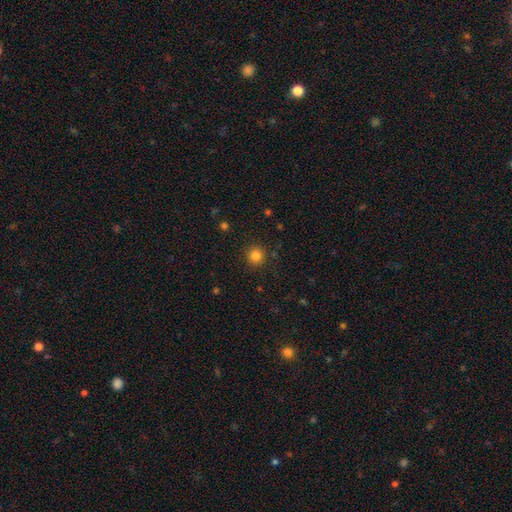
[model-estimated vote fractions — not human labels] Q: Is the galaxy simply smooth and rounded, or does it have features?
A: smooth — 82%.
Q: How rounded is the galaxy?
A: round — 93%.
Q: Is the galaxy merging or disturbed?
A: none — 90%.